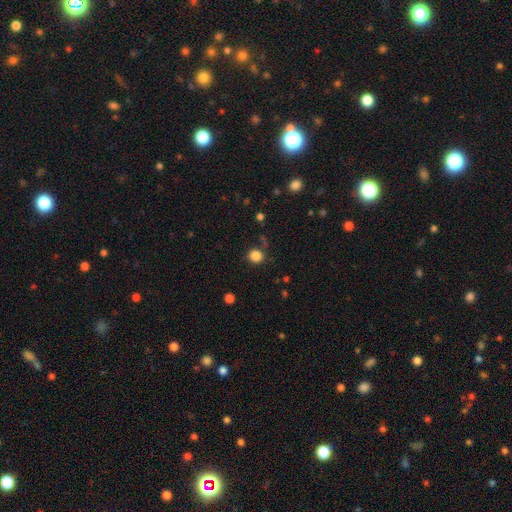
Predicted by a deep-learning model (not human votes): Smooth or featured? smooth (84%)
How rounded? round (89%)
Merging? none (83%)